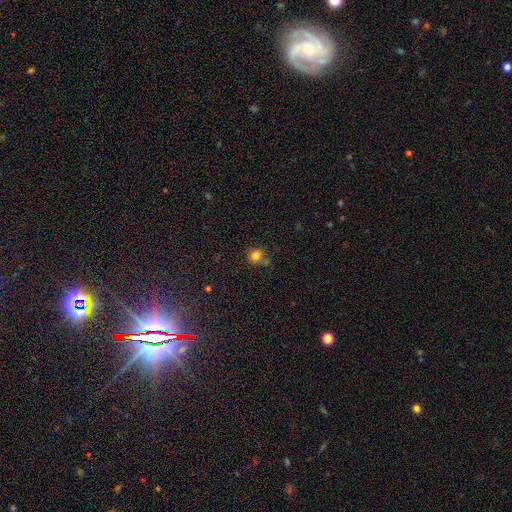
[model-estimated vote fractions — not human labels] Smooth or featured: smooth — 80% (star or artifact — 14%)
How rounded: round — 87% (in between — 12%)
Merging: none — 67% (minor disturbance — 15%)